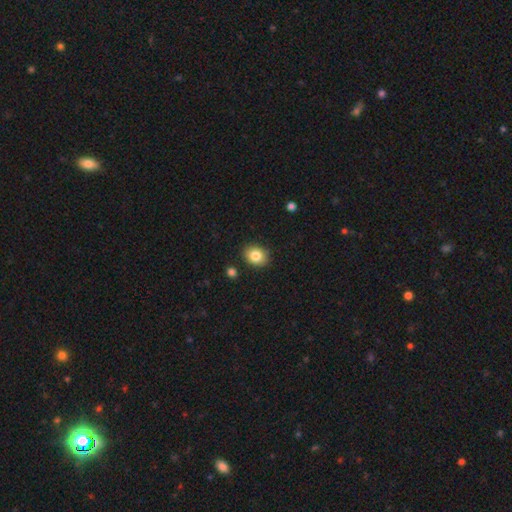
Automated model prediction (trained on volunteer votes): Smooth or featured: smooth — 83% (star or artifact — 9%)
How rounded: round — 53% (in between — 46%)
Merging: none — 88% (minor disturbance — 8%)